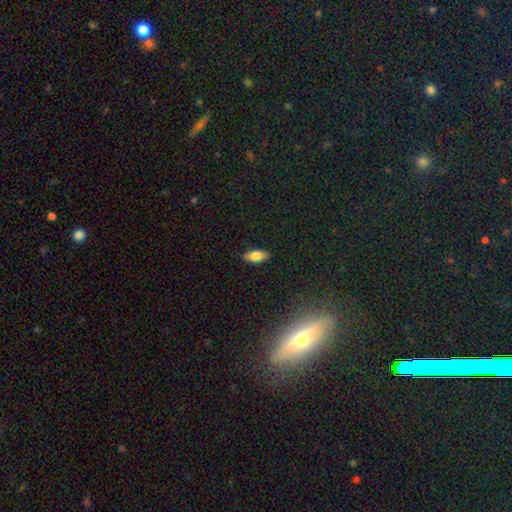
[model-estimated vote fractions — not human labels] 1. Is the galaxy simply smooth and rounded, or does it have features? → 80% smooth, 12% featured or disk, 7% star or artifact.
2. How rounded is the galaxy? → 87% in between, 10% cigar-shaped, 3% round.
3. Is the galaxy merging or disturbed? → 88% none, 9% minor disturbance, 2% major disturbance, 1% merger.